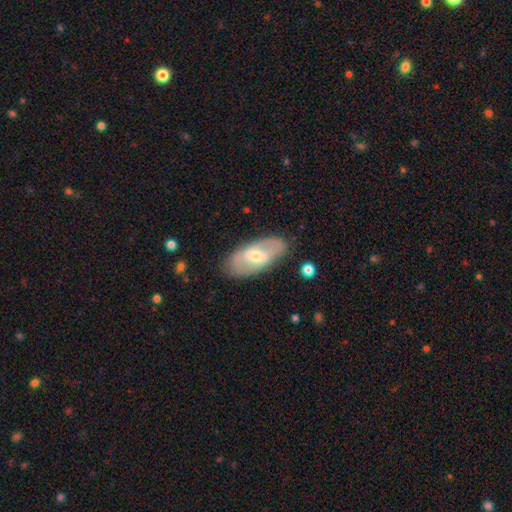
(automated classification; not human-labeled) The model was most divided on "spiral arms": yes: 51%, no: 49%. Remaining: edge-on disk — no (86%); merging — none (81%); smooth or featured — featured or disk (60%); bulge size — moderate (53%); bar — weak (44%).